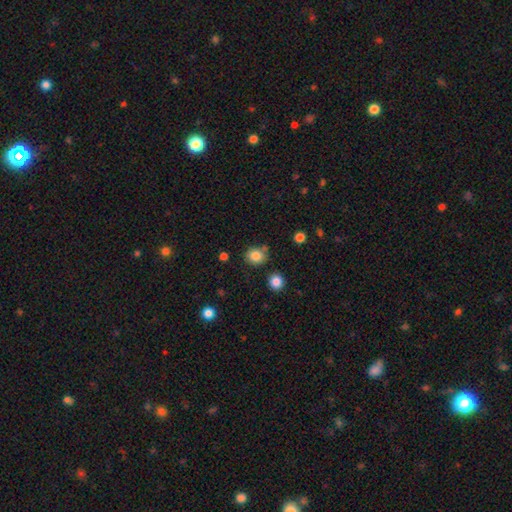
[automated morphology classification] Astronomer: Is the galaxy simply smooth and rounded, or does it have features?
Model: smooth — 84%.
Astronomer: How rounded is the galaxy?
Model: round — 70%.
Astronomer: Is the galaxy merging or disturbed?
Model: none — 74%.